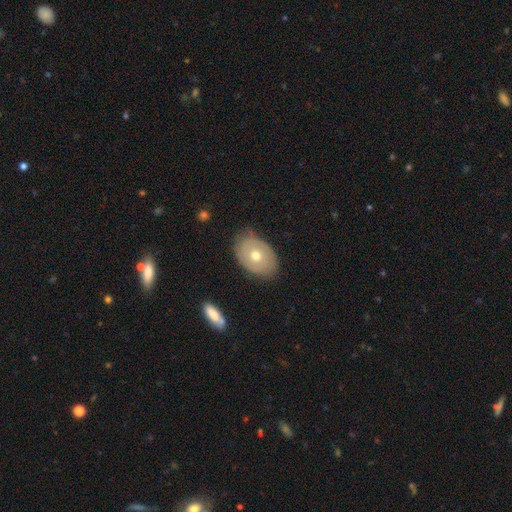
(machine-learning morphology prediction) Q: Smooth or featured?
A: smooth (52%); runner-up: featured or disk (41%)
Q: How rounded?
A: in between (81%); runner-up: round (18%)
Q: Merging?
A: none (73%); runner-up: minor disturbance (21%)